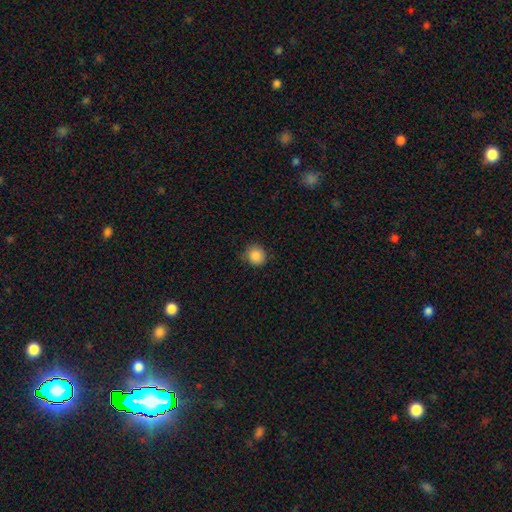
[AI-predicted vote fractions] smooth 88%, star or artifact 9%, featured or disk 3%. Down the decision tree: how rounded — round (89%); merging — none (82%).